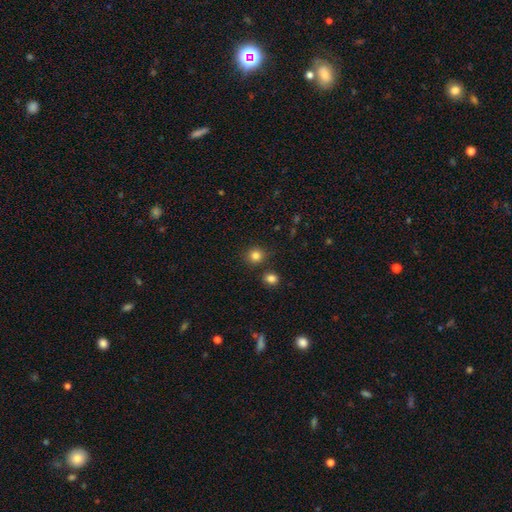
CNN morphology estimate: Q: Smooth or featured?
A: smooth (83%); runner-up: star or artifact (12%)
Q: How rounded?
A: round (88%); runner-up: in between (11%)
Q: Merging?
A: none (82%); runner-up: minor disturbance (8%)